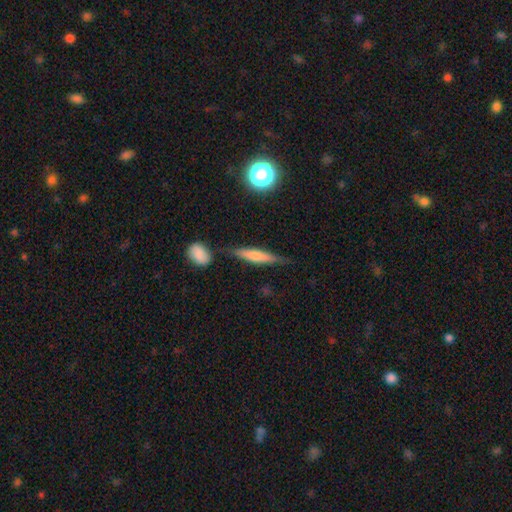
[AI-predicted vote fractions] A smooth galaxy with no disk features (56%) that is cigar-shaped (87%). Merging: none (75%).